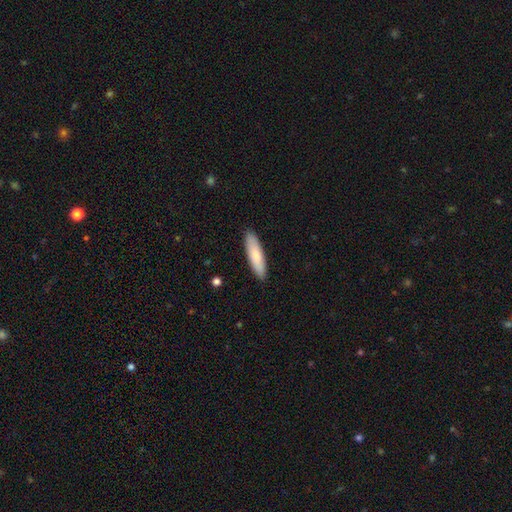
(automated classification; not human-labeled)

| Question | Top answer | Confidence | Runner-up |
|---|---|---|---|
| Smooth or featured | smooth | 81% | featured or disk (14%) |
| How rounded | cigar-shaped | 70% | in between (29%) |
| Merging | none | 90% | minor disturbance (7%) |